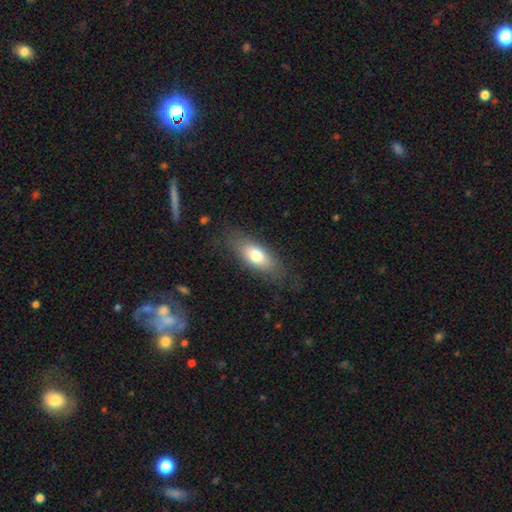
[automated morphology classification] smooth_or_featured: smooth (p=0.72) [alt: featured or disk p=0.21]
how_rounded: in between (p=0.78) [alt: cigar-shaped p=0.18]
merging: none (p=0.78) [alt: minor disturbance p=0.15]